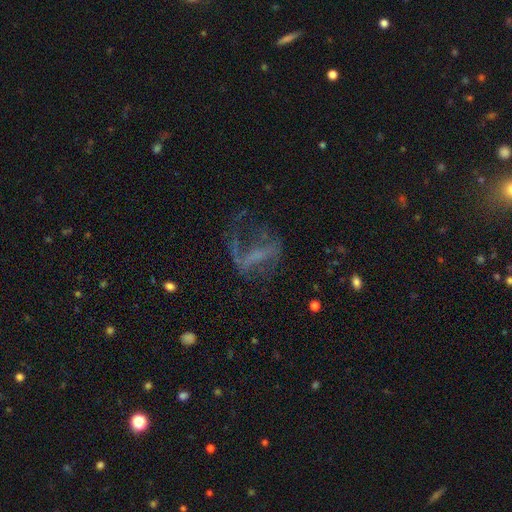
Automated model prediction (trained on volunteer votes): smooth-or-featured: featured or disk: 61% | smooth: 22% | star or artifact: 18%
  disk-edge-on: no: 92% | yes: 8%
    bar: no: 38% | strong: 33% | weak: 29%
    has-spiral-arms: no: 51% | yes: 49%
    bulge-size: none: 63% | small: 23% | moderate: 10% | large: 3% | dominant: 1%
  merging: major disturbance: 47% | none: 35% | minor disturbance: 15% | merger: 4%